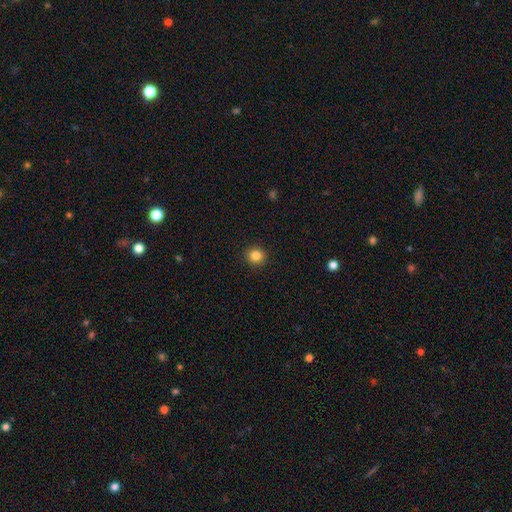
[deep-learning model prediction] A smooth galaxy with no disk features (85%) that is round (89%). Merging: none (92%).